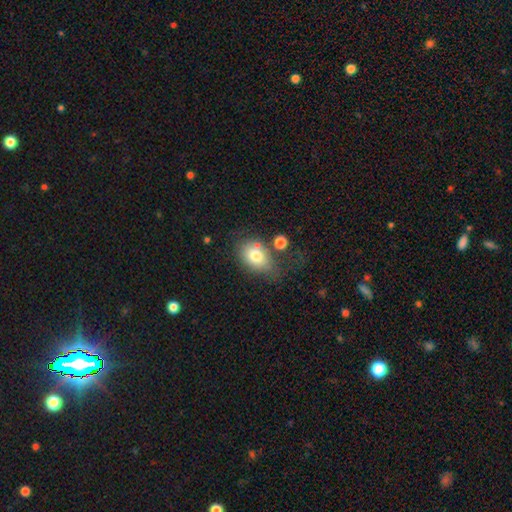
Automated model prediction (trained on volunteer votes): Overall: smooth (76%). How rounded: in between (74%). Merging: none (51%; minor disturbance 24%).